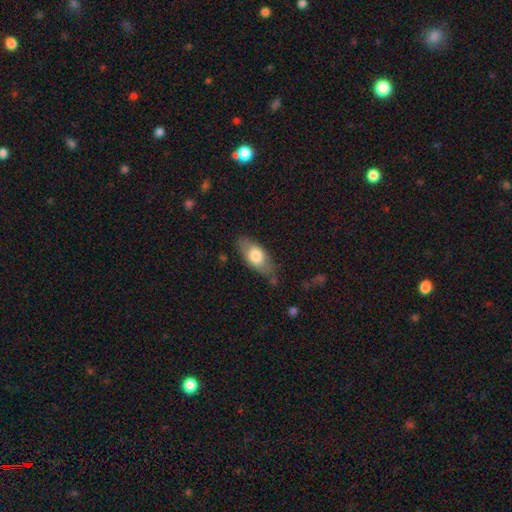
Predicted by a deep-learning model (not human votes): Overall: smooth (72%). How rounded: in between (83%). Merging: none (72%).